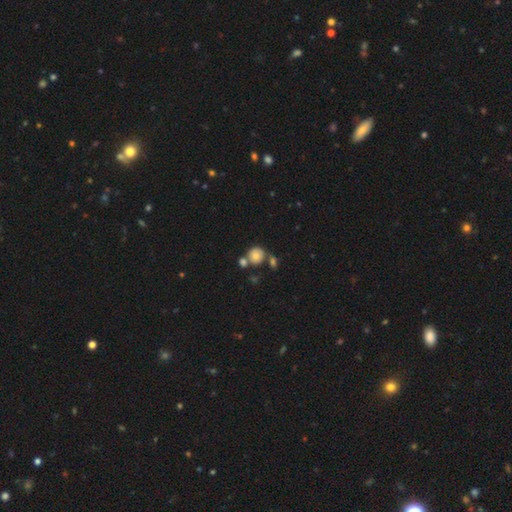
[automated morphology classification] smooth_or_featured: smooth (p=0.75) [alt: featured or disk p=0.14]
how_rounded: round (p=0.86) [alt: in between p=0.13]
merging: none (p=0.60) [alt: merger p=0.25]